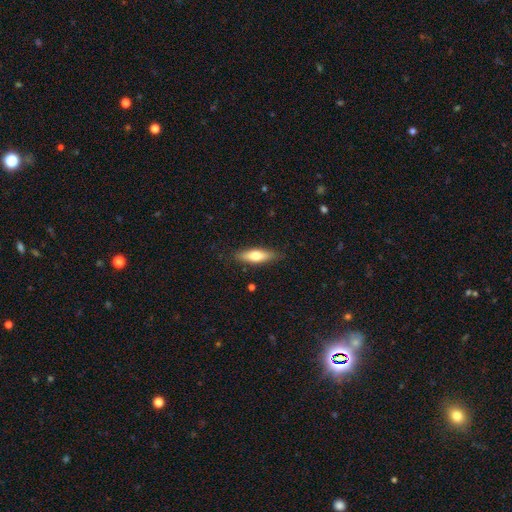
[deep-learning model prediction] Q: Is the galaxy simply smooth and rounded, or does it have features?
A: smooth — 65%.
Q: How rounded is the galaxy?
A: cigar-shaped — 53%.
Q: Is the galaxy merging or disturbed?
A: none — 85%.